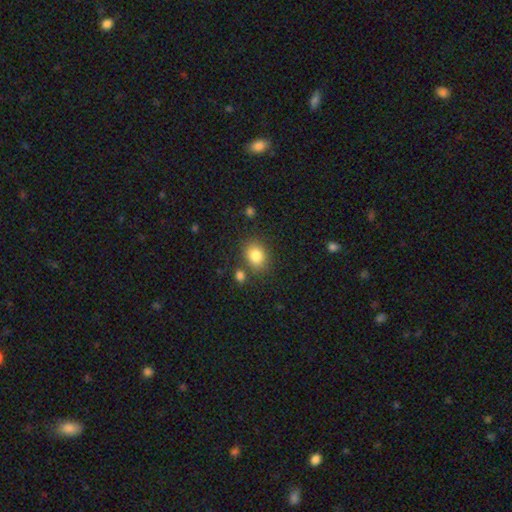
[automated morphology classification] type=smooth (83%); roundness=in between (50%); merging=none (76%).